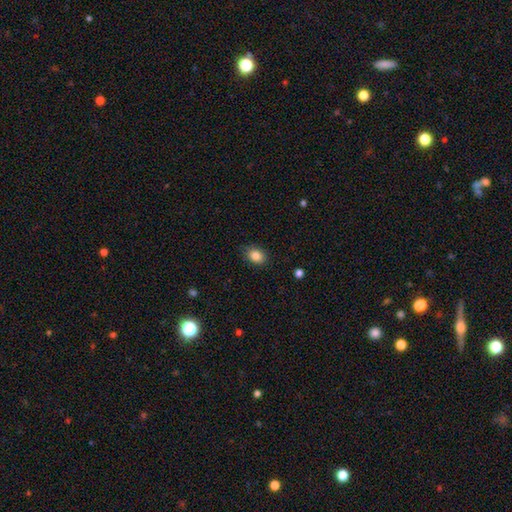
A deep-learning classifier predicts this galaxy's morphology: type=smooth (86%); roundness=in between (62%); merging=none (81%).